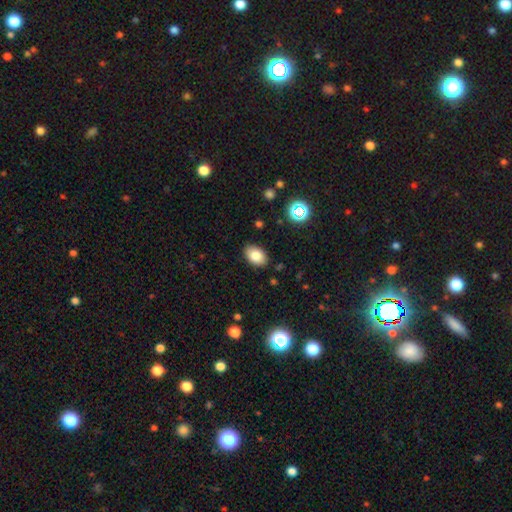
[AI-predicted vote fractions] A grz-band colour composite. It shows a smooth galaxy with no disk features (82%) that is in between round and cigar-shaped (87%). Merging: none (86%).